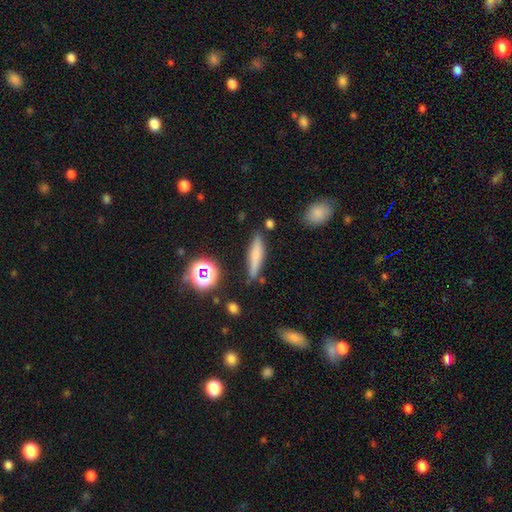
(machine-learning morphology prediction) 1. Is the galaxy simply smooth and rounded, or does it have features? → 65% smooth, 24% featured or disk, 11% star or artifact.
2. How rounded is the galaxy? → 81% cigar-shaped, 16% in between, 3% round.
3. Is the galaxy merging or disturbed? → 77% none, 15% minor disturbance, 4% merger, 4% major disturbance.